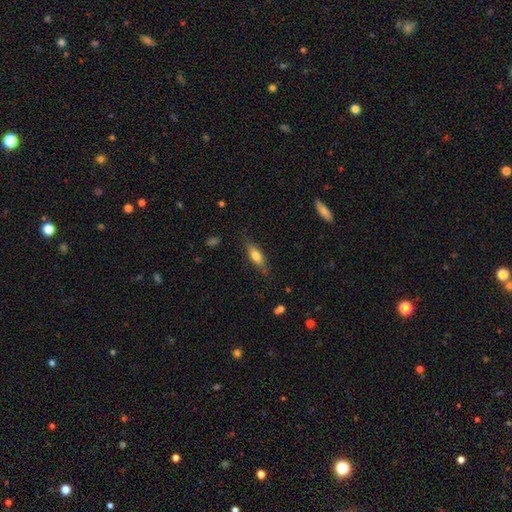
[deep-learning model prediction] Smooth or featured?
  - smooth: 61% *
  - featured or disk: 33%
  - star or artifact: 7%
How rounded?
  - cigar-shaped: 53% *
  - in between: 45%
  - round: 3%
Merging?
  - none: 80% *
  - minor disturbance: 15%
  - major disturbance: 4%
  - merger: 1%